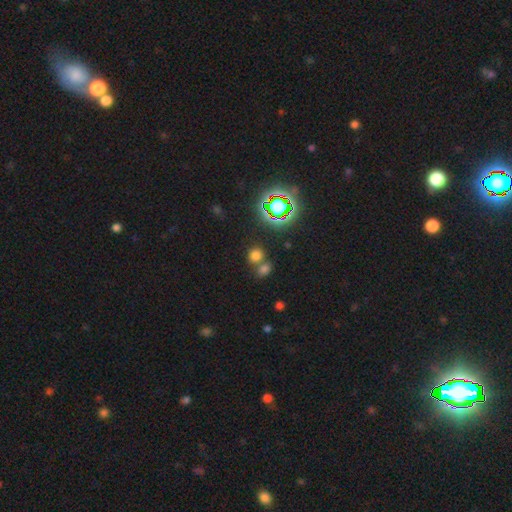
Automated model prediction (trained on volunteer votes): smooth-or-featured: smooth: 66% | star or artifact: 27% | featured or disk: 7%
  how-rounded: round: 77% | in between: 22% | cigar-shaped: 1%
  merging: none: 55% | merger: 34% | minor disturbance: 7% | major disturbance: 3%